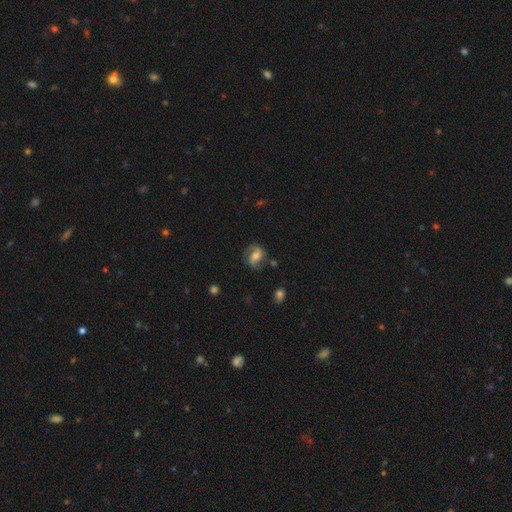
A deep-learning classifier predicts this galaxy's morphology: The model was most divided on "spiral winding": medium: 43%, loose: 41%, tight: 16%. Remaining: edge-on disk — no (97%); spiral arms — yes (91%); spiral arm count — 2 (86%); merging — none (71%); smooth or featured — featured or disk (68%); bulge size — moderate (58%); bar — weak (42%).